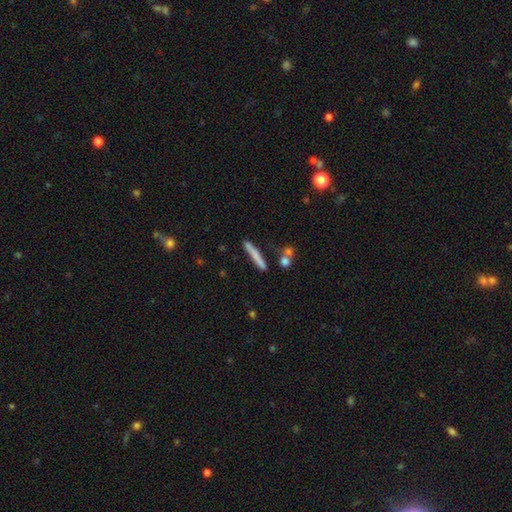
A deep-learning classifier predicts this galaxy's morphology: Q: Smooth or featured?
A: smooth (69%); runner-up: featured or disk (24%)
Q: How rounded?
A: cigar-shaped (94%); runner-up: in between (4%)
Q: Merging?
A: none (78%); runner-up: minor disturbance (12%)